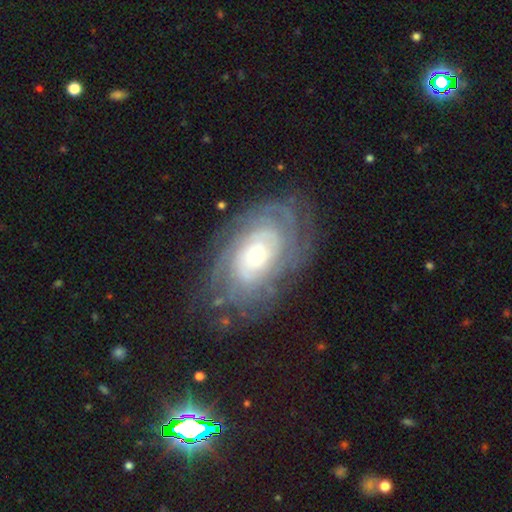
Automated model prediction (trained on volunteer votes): Smooth or featured? featured or disk (84%)
Edge-on disk? no (96%)
Bar? no (75%)
Spiral arms? yes (94%)
Spiral winding? tight (76%)
Spiral arm count? can't tell (43%)
Bulge size? small (50%)
Merging? none (75%)